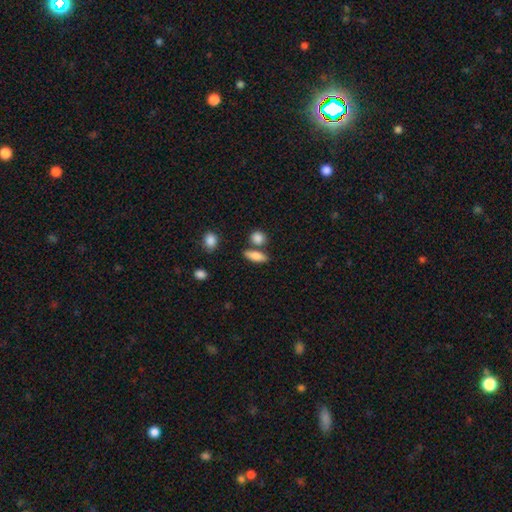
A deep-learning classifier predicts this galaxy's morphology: smooth-or-featured: smooth: 82% | featured or disk: 10% | star or artifact: 8%
  how-rounded: in between: 63% | cigar-shaped: 27% | round: 10%
  merging: none: 66% | merger: 18% | minor disturbance: 12% | major disturbance: 4%